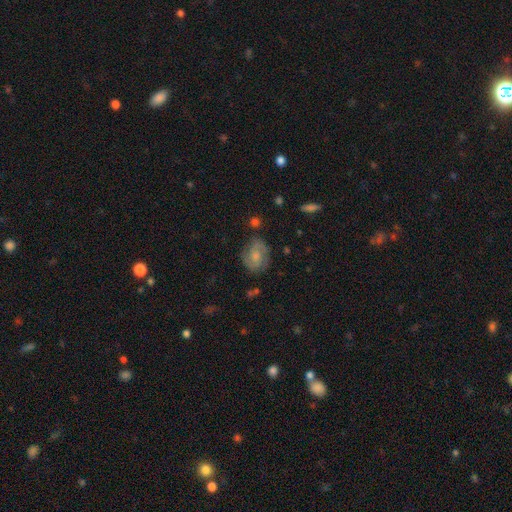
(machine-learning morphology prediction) This is possibly a featured or disk galaxy (56%). It is clearly not viewed edge-on (97%). Bar: likely no (61%). Spiral arm pattern: clearly yes (86%). Central bulge: possibly moderate (45%). Merging: likely none (72%).